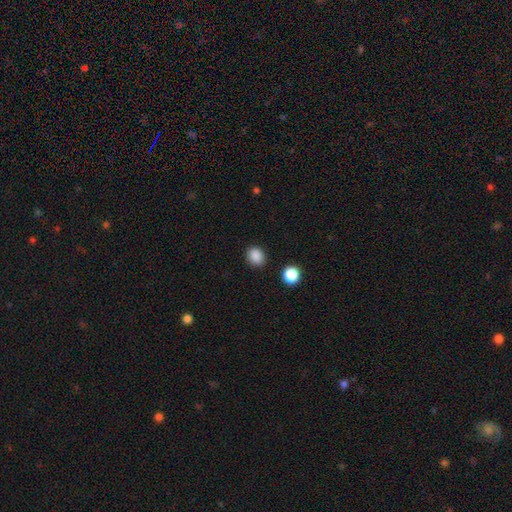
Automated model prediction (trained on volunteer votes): Smooth or featured: smooth — 87% (star or artifact — 10%)
How rounded: round — 65% (in between — 34%)
Merging: none — 87% (minor disturbance — 8%)